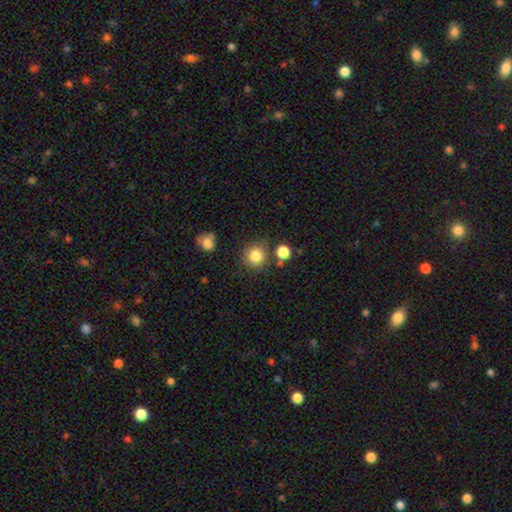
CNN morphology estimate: Overall: smooth (83%). How rounded: round (91%). Merging: none (78%).